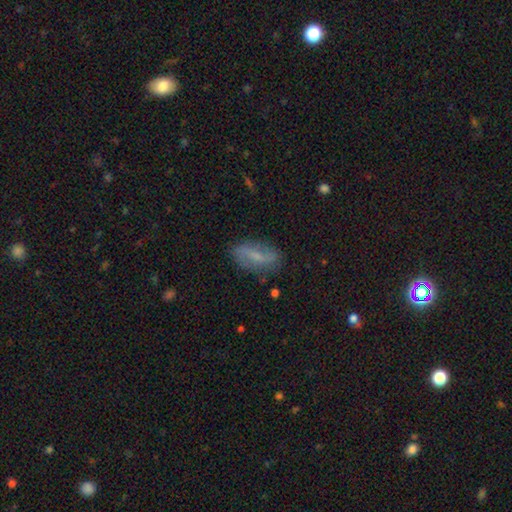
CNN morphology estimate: Q: Smooth or featured?
A: featured or disk (46%); runner-up: smooth (45%)
Q: Merging?
A: none (77%); runner-up: minor disturbance (16%)